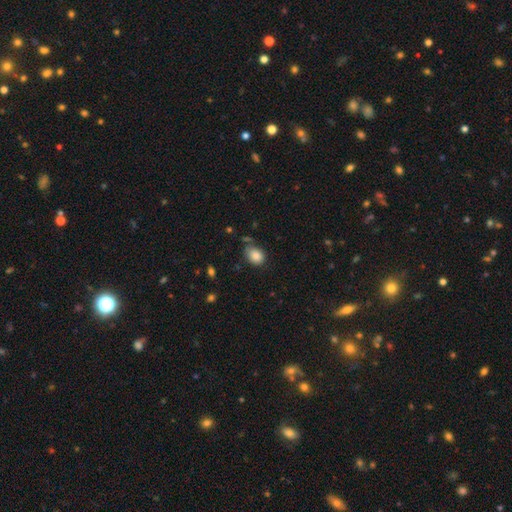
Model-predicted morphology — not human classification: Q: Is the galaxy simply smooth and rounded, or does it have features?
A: smooth — 86%.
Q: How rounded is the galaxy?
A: in between — 67%.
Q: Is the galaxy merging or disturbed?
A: none — 67%.